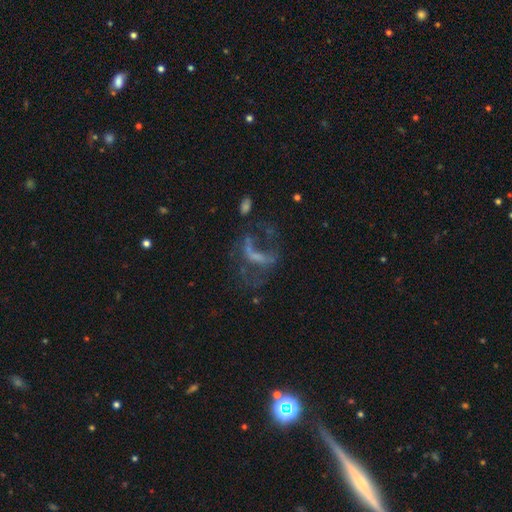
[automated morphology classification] Smooth or featured? featured or disk (61%)
Edge-on disk? no (95%)
Bar? no (51%)
Spiral arms? no (61%)
Bulge size? none (60%)
Merging? major disturbance (46%)